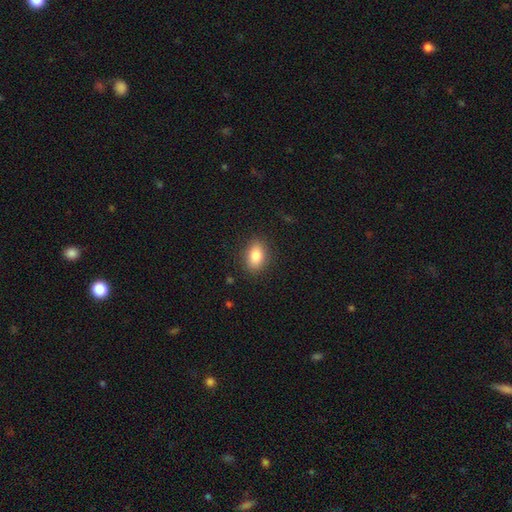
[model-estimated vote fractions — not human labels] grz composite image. It shows a smooth galaxy with no disk features (84%) that is in between round and cigar-shaped (83%). Merging: none (87%).